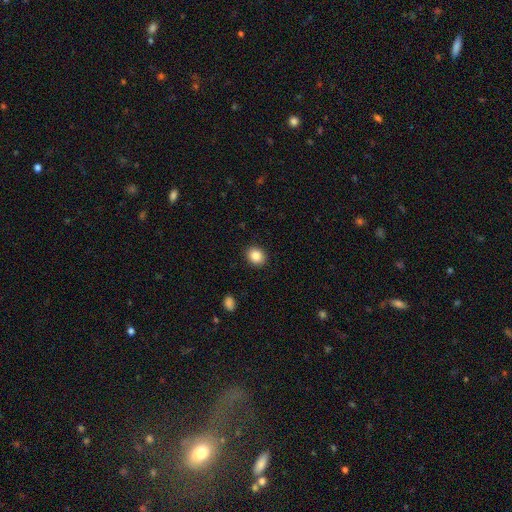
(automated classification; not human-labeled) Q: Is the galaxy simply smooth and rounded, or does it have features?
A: smooth — 86%.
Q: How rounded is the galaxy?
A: round — 64%.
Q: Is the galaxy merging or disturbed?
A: none — 91%.